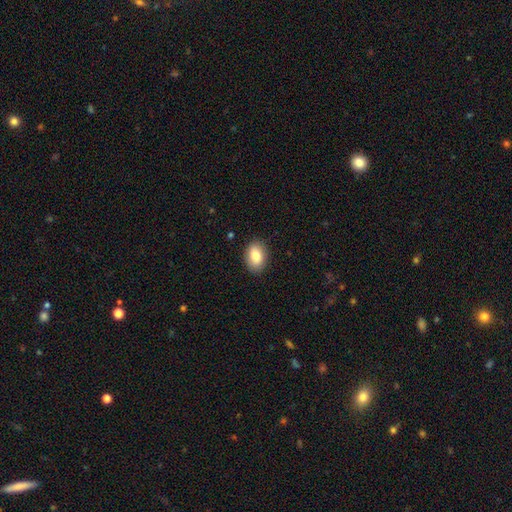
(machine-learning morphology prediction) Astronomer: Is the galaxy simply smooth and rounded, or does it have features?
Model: smooth — 83%.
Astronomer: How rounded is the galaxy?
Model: in between — 85%.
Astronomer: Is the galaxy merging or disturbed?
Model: none — 87%.